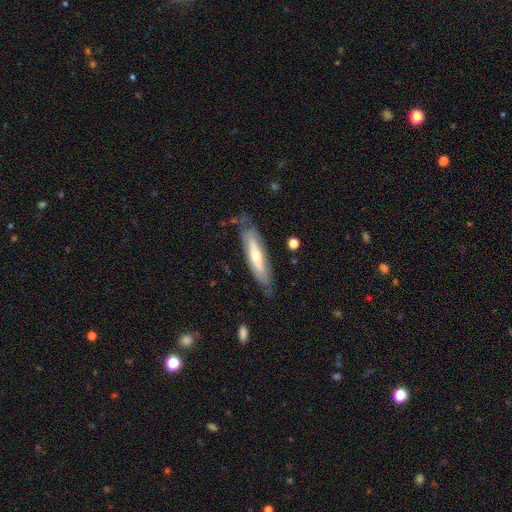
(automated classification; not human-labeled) Smooth or featured? Predicted: featured or disk (p=0.59). Edge-on disk? Predicted: no (p=0.55). Merging? Predicted: none (p=0.71).